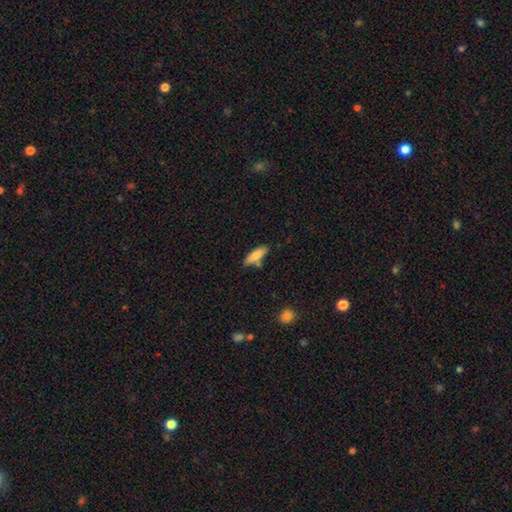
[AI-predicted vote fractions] A smooth galaxy with no disk features (76%) that is in between round and cigar-shaped (51%). Merging: none (69%).